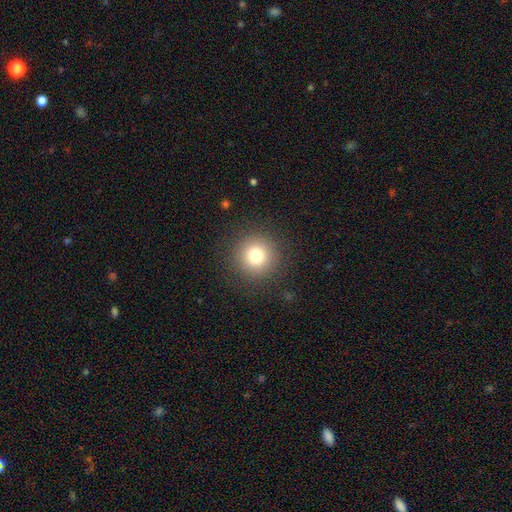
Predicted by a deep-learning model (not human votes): Overall: smooth (78%). How rounded: round (96%). Merging: none (89%).